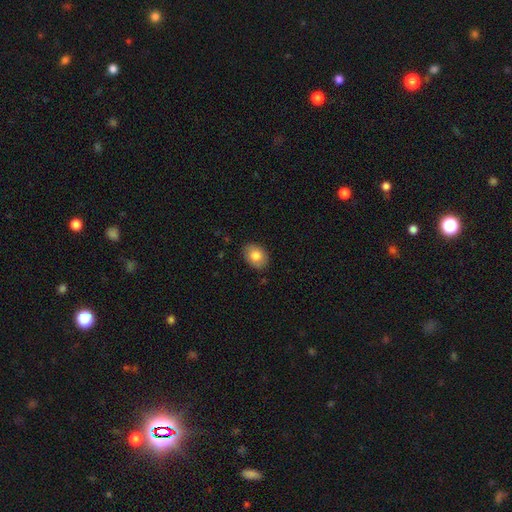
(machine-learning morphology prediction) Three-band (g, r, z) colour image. It shows a smooth galaxy with no disk features (81%) that is in between round and cigar-shaped (68%). Merging: none (84%).